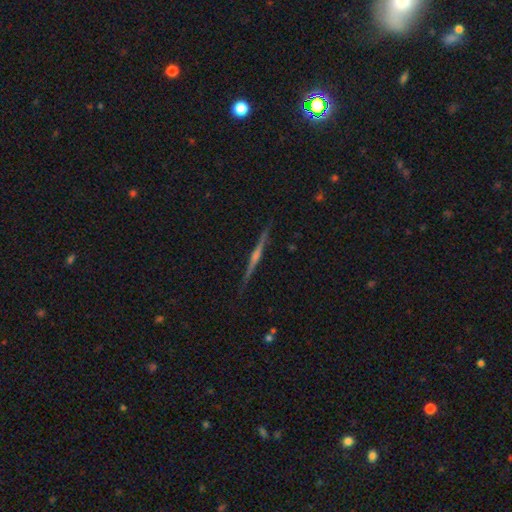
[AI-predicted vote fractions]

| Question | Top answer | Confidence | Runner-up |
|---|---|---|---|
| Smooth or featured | featured or disk | 74% | smooth (15%) |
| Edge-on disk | yes | 97% | no (3%) |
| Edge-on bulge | rounded | 70% | none (20%) |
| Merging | none | 90% | minor disturbance (7%) |